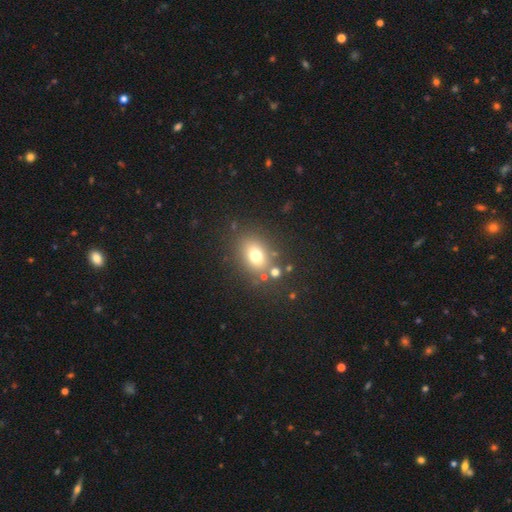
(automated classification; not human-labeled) smooth-or-featured: smooth: 73% | star or artifact: 14% | featured or disk: 13%
  how-rounded: in between: 63% | round: 36% | cigar-shaped: 1%
  merging: none: 76% | minor disturbance: 12% | merger: 8% | major disturbance: 5%